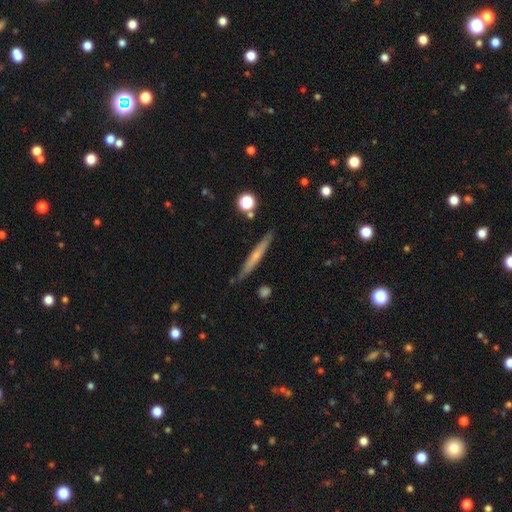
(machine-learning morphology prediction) featured or disk 49%, smooth 44%, star or artifact 7%. Down the decision tree: merging — none (86%).